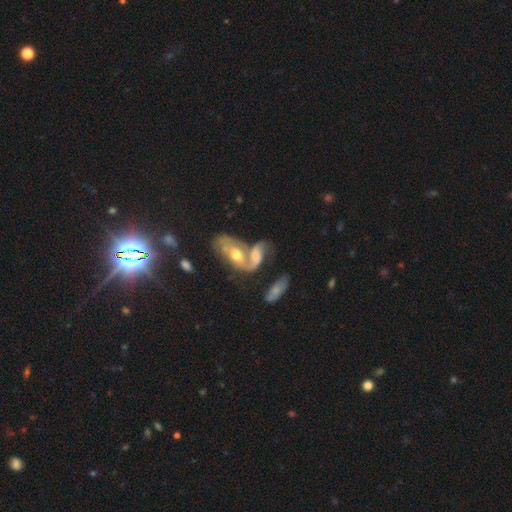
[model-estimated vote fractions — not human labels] Overall: featured or disk (67%). Edge-on disk: no (94%). Bar: no (63%; weak 30%). Spiral arms: yes (80%). Bulge size: moderate (56%; small 22%). Merging: merger (65%).